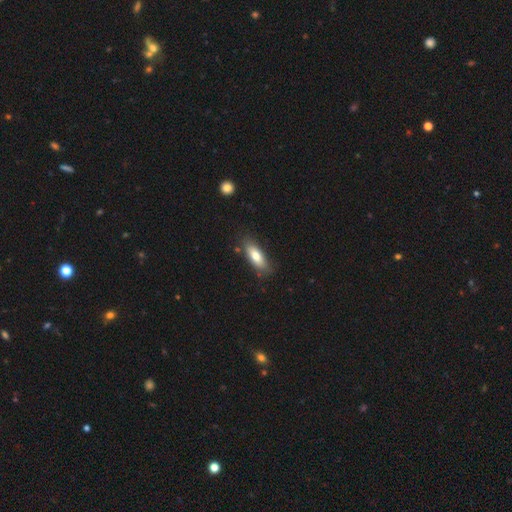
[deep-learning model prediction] A smooth galaxy with no disk features (76%) that is in between round and cigar-shaped (66%).

Vote fractions:
- Smooth or featured? smooth: 76% / featured or disk: 18% / star or artifact: 6%
- How rounded? in between: 66% / cigar-shaped: 32% / round: 2%
- Merging? none: 81% / minor disturbance: 14% / major disturbance: 3% / merger: 2%